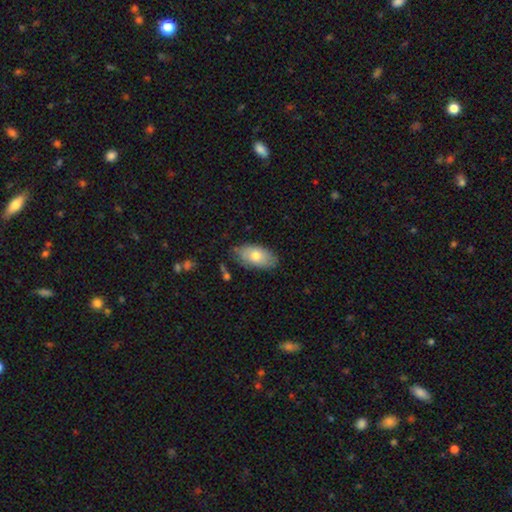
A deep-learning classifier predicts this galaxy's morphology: smooth-or-featured: smooth: 70% | featured or disk: 24% | star or artifact: 6%
  how-rounded: in between: 93% | round: 4% | cigar-shaped: 3%
  merging: none: 72% | minor disturbance: 22% | major disturbance: 4% | merger: 2%